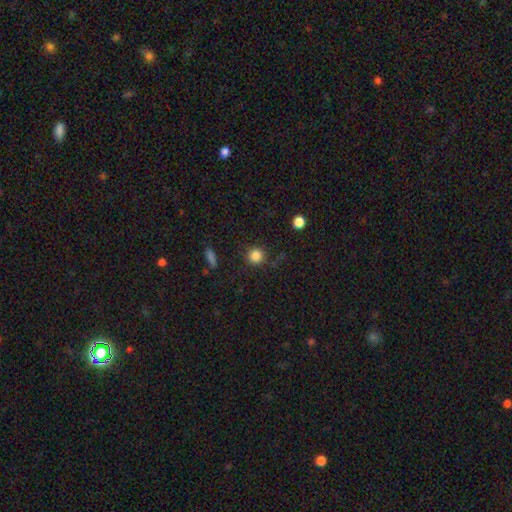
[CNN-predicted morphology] Smooth or featured? Predicted: smooth (p=0.84). How rounded? Predicted: round (p=0.93). Merging? Predicted: none (p=0.85).